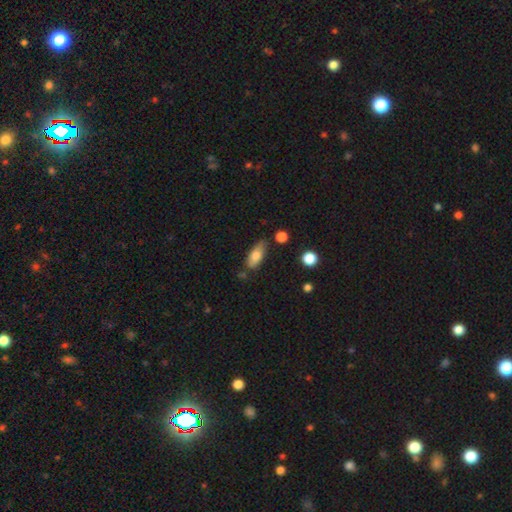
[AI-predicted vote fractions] Smooth or featured: smooth — 75% (featured or disk — 18%)
How rounded: in between — 81% (cigar-shaped — 16%)
Merging: none — 66% (minor disturbance — 24%)